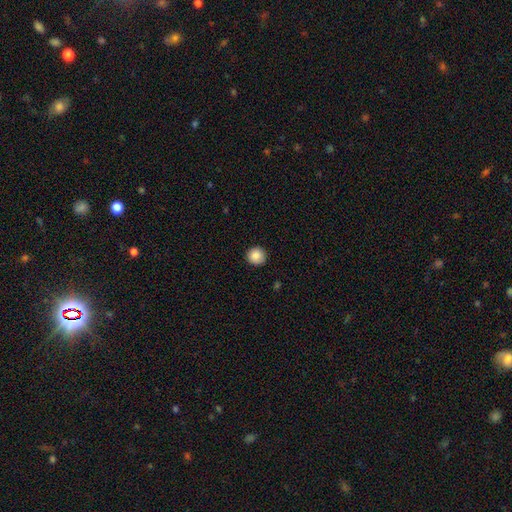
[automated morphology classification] smooth-or-featured: smooth: 88% | star or artifact: 9% | featured or disk: 3%
  how-rounded: round: 94% | in between: 5% | cigar-shaped: 1%
  merging: none: 91% | minor disturbance: 6% | major disturbance: 2% | merger: 1%